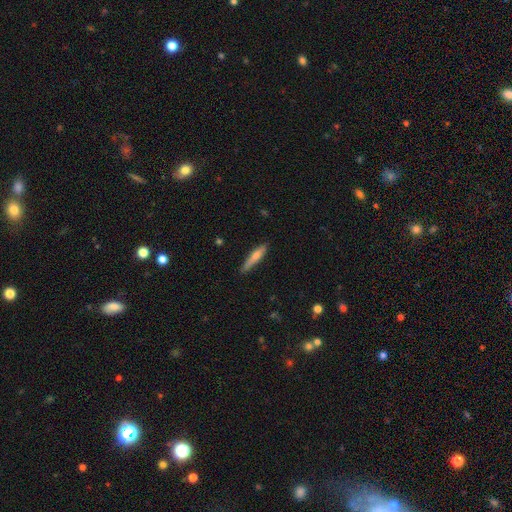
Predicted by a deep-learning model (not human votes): smooth-or-featured: smooth: 61% | featured or disk: 33% | star or artifact: 6%
  how-rounded: cigar-shaped: 89% | in between: 9% | round: 2%
  merging: none: 82% | minor disturbance: 15% | major disturbance: 2% | merger: 1%